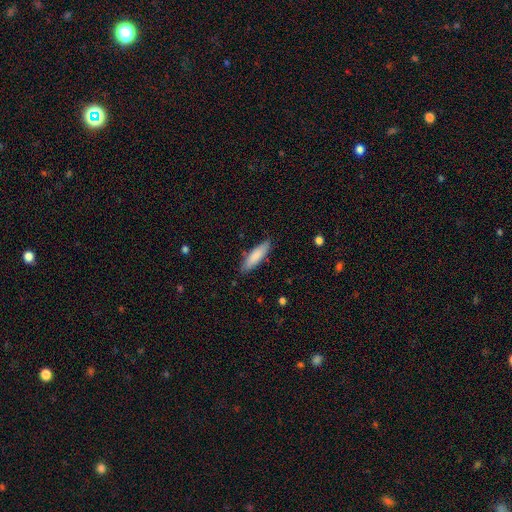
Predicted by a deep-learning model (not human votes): Smooth or featured? Predicted: smooth (p=0.84). How rounded? Predicted: cigar-shaped (p=0.62). Merging? Predicted: none (p=0.84).